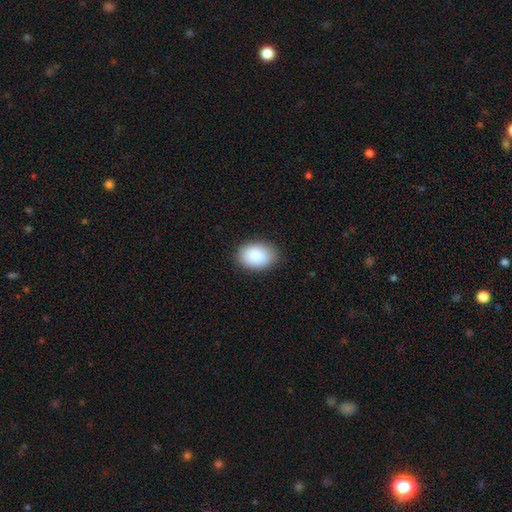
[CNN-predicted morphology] A smooth galaxy with no disk features (90%) that is in between round and cigar-shaped (81%). Merging: none (86%).